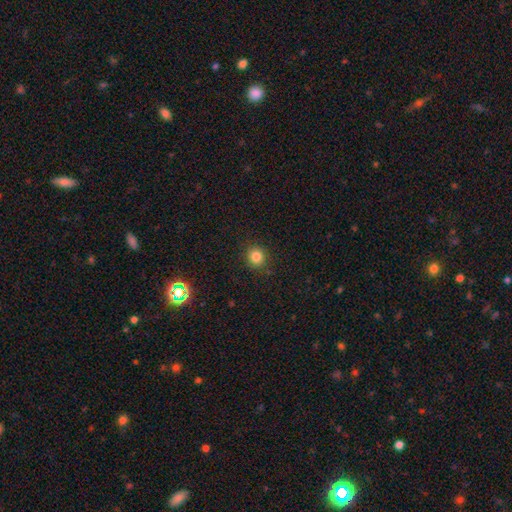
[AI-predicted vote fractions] The model was most divided on "smooth or featured": smooth: 83%, star or artifact: 13%, featured or disk: 5%. More confident: merging — none (90%); how rounded — round (90%).